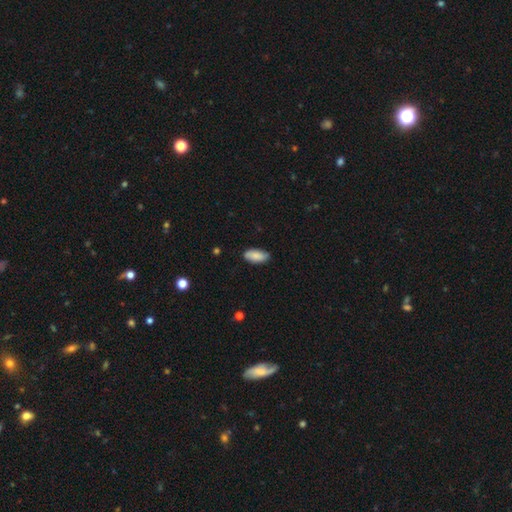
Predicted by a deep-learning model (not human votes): This is clearly a smooth galaxy (84%). How rounded: clearly in between (90%). Merging: clearly none (84%).